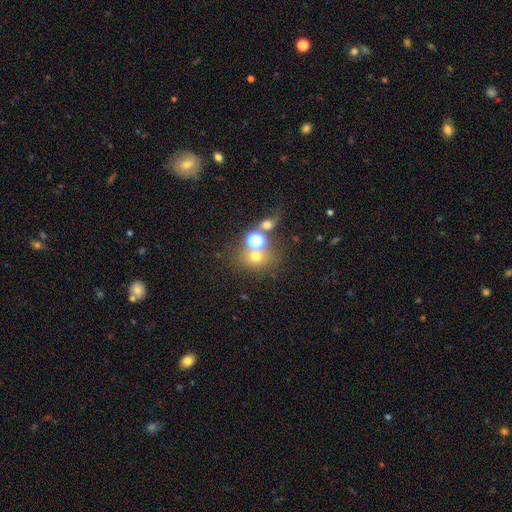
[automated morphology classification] Smooth or featured: smooth — 61% (star or artifact — 26%)
How rounded: round — 74% (in between — 25%)
Merging: none — 54% (merger — 28%)